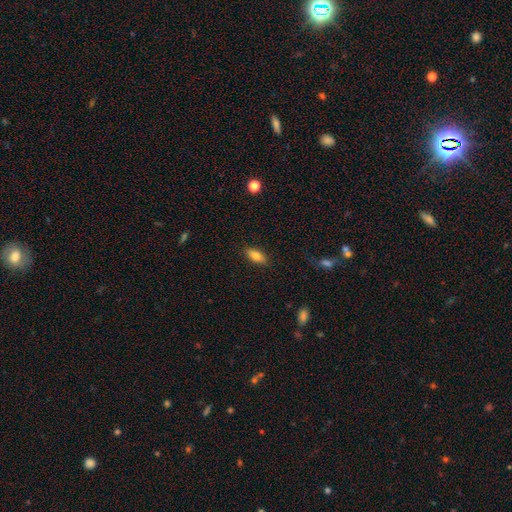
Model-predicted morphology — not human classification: Overall: smooth (77%). How rounded: in between (78%). Merging: none (87%).